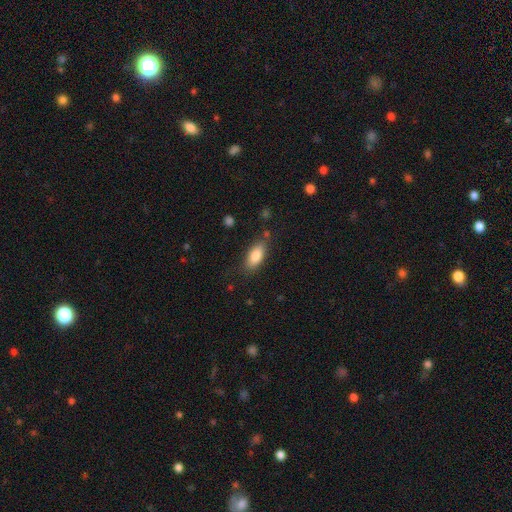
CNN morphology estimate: Q: Smooth or featured?
A: smooth (82%); runner-up: featured or disk (11%)
Q: How rounded?
A: in between (83%); runner-up: cigar-shaped (14%)
Q: Merging?
A: none (78%); runner-up: minor disturbance (15%)